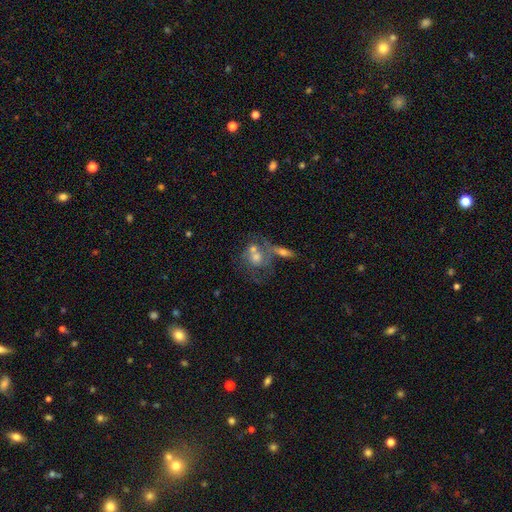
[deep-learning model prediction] The model was most divided on "merging": merger: 41%, none: 36%, minor disturbance: 12%, major disturbance: 12%. More confident: edge-on disk — no (91%); smooth or featured — featured or disk (53%).